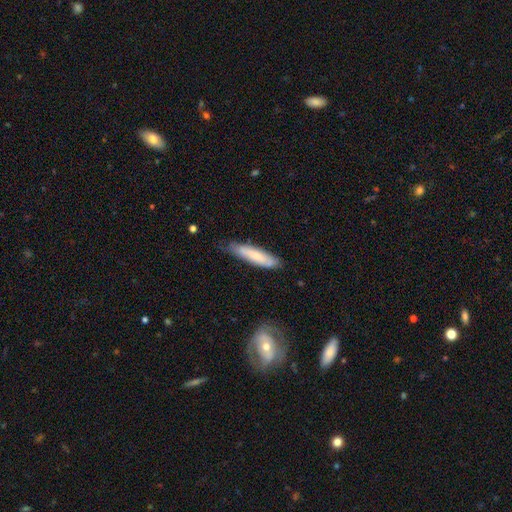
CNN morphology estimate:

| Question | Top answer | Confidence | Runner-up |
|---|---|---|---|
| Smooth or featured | smooth | 69% | featured or disk (25%) |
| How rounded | cigar-shaped | 80% | in between (18%) |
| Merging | none | 71% | minor disturbance (23%) |